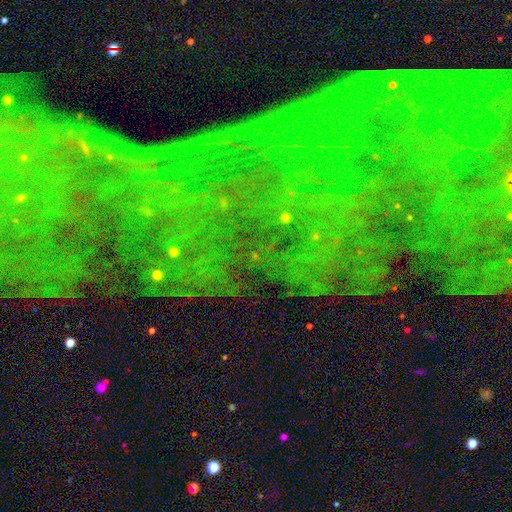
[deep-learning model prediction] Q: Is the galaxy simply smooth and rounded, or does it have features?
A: star or artifact — 83%.